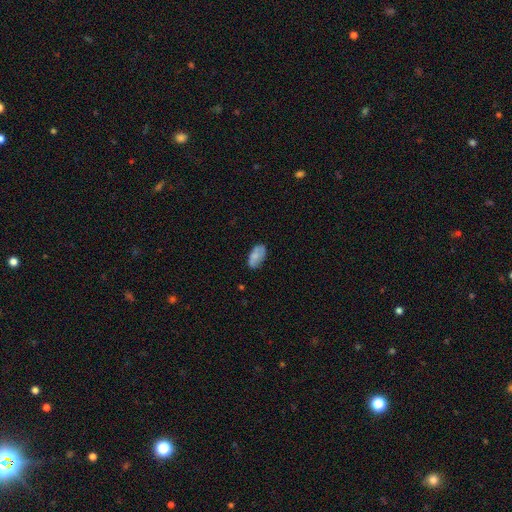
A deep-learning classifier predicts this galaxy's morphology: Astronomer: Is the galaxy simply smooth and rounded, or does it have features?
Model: smooth — 73%.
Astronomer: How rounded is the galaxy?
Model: in between — 93%.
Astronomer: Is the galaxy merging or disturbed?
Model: none — 72%.